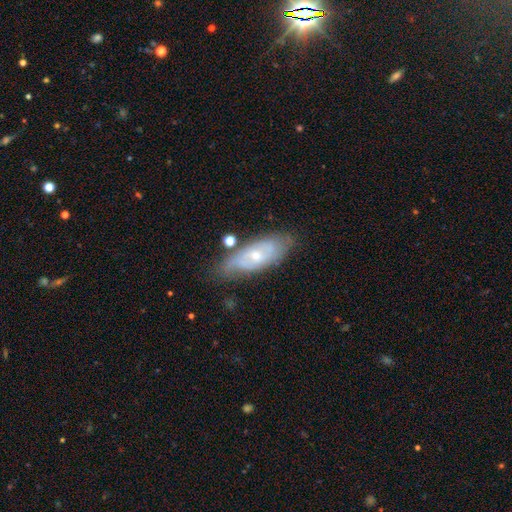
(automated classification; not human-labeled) Smooth or featured? featured or disk (66%)
Edge-on disk? no (84%)
Bar? no (71%)
Spiral arms? yes (76%)
Bulge size? small (56%)
Merging? none (68%)